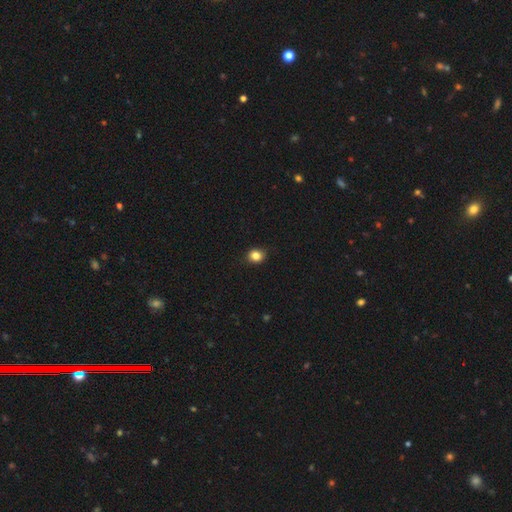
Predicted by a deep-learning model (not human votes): smooth 84%, star or artifact 11%, featured or disk 5%. Down the decision tree: how rounded — round (71%); merging — none (86%).